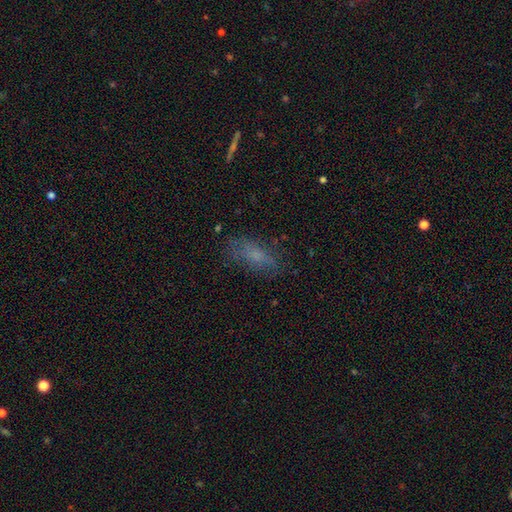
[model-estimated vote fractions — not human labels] A smooth galaxy with no disk features (59%) that is in between round and cigar-shaped (74%). Merging: none (66%).